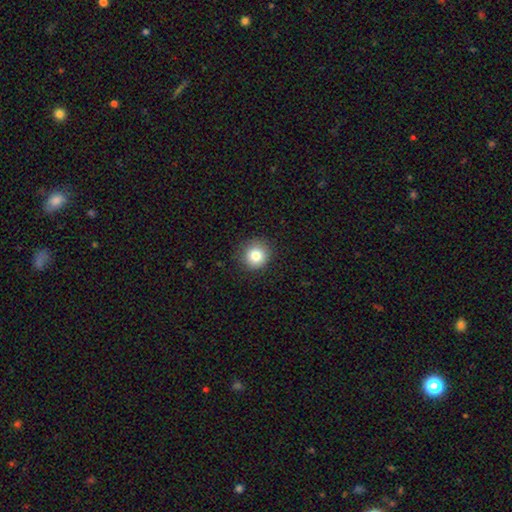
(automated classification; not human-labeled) smooth_or_featured: smooth (p=0.81) [alt: star or artifact p=0.11]
how_rounded: round (p=0.93) [alt: in between p=0.06]
merging: none (p=0.89) [alt: minor disturbance p=0.08]